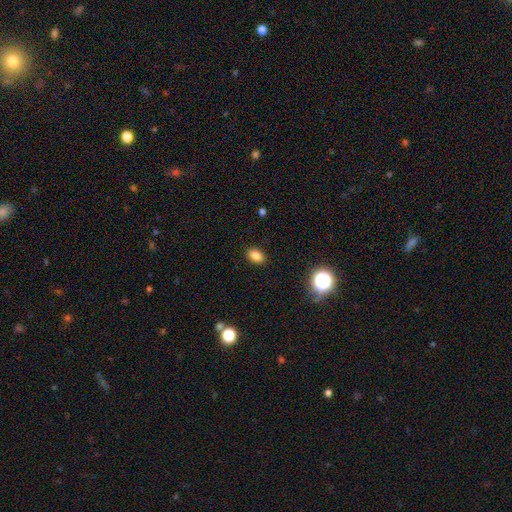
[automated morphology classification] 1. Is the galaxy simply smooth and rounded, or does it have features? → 81% smooth, 13% star or artifact, 6% featured or disk.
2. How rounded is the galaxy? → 77% in between, 21% round, 1% cigar-shaped.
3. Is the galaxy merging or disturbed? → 89% none, 8% minor disturbance, 2% major disturbance, 1% merger.